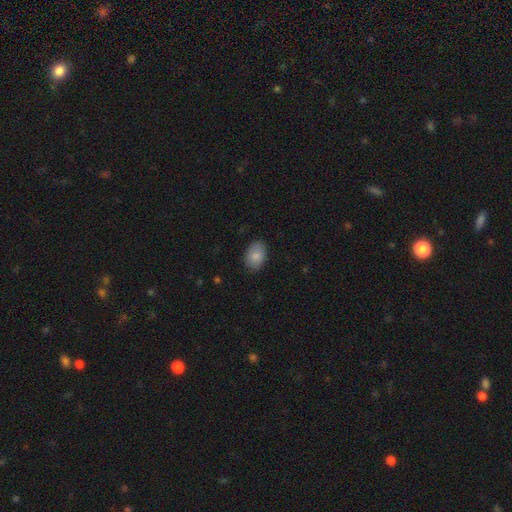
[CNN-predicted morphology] This is clearly a smooth galaxy (85%). How rounded: clearly in between (84%). Merging: clearly none (84%).